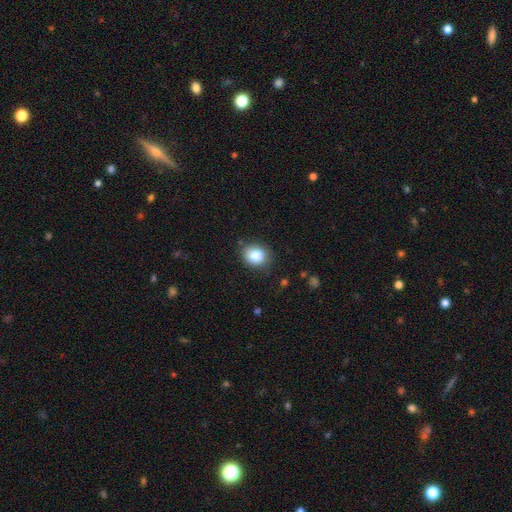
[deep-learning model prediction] smooth 85%, star or artifact 9%, featured or disk 6%. Down the decision tree: how rounded — round (62%); merging — none (84%).